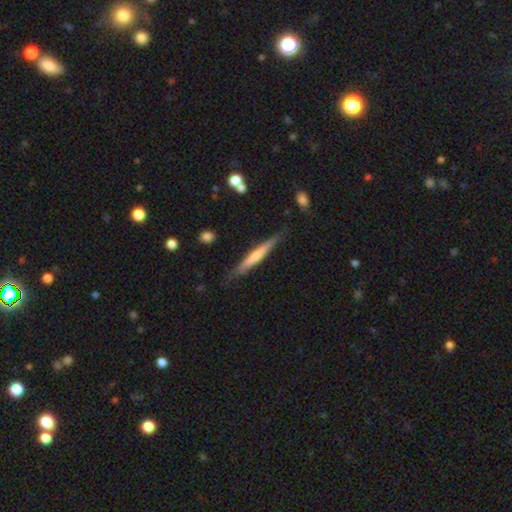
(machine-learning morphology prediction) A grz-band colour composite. It shows a smooth galaxy with no disk features (49%). Merging: none (82%).